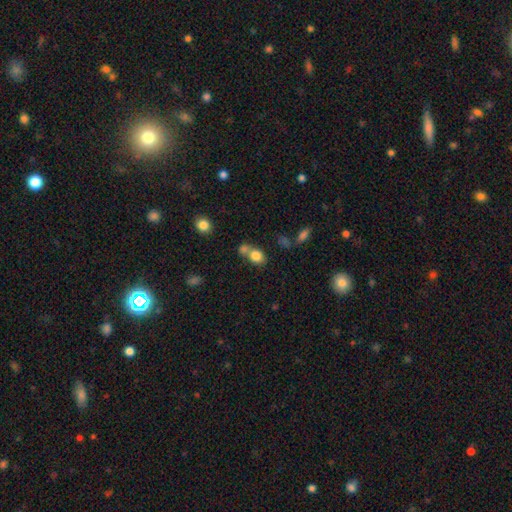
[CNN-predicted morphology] A smooth galaxy with no disk features (81%) that is round (53%).

Vote fractions:
- Smooth or featured? smooth: 81% / star or artifact: 10% / featured or disk: 9%
- How rounded? round: 53% / in between: 46% / cigar-shaped: 2%
- Merging? merger: 44% / none: 40% / minor disturbance: 10% / major disturbance: 5%